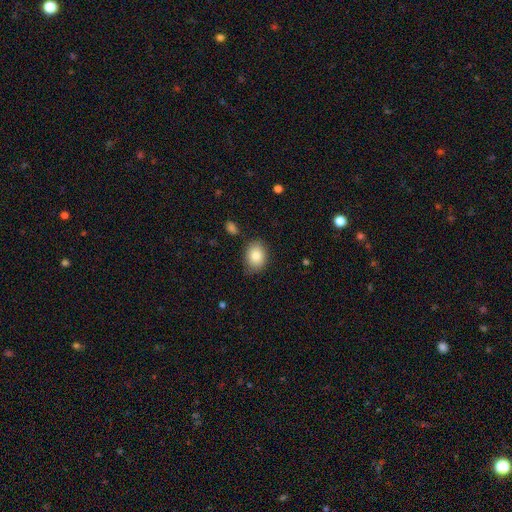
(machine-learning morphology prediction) The model was most divided on "how rounded": in between: 66%, round: 33%, cigar-shaped: 1%. More confident: smooth or featured — smooth (85%); merging — none (77%).